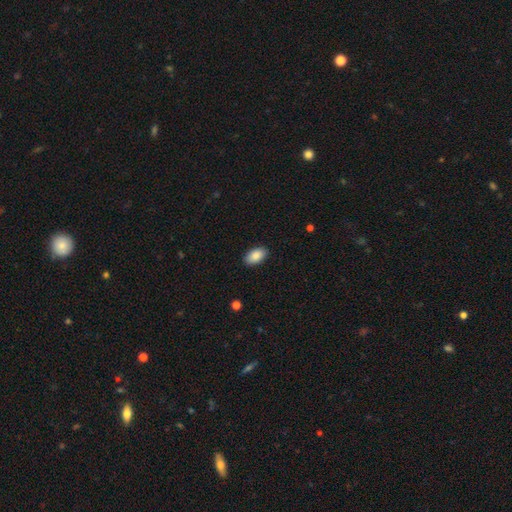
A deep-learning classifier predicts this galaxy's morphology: type=smooth (89%); roundness=in between (94%); merging=none (89%).